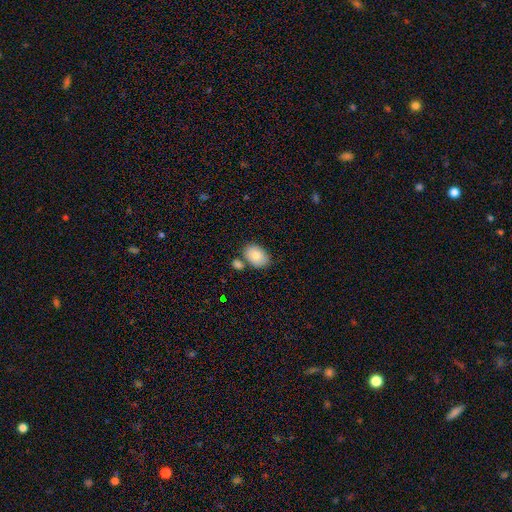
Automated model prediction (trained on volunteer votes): Overall: smooth (83%). How rounded: in between (86%). Merging: none (66%).